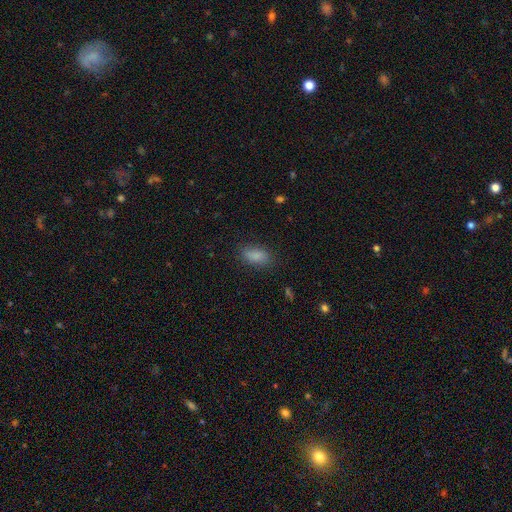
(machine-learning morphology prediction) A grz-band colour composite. It shows a smooth galaxy with no disk features (85%) that is in between round and cigar-shaped (86%). Merging: none (81%).